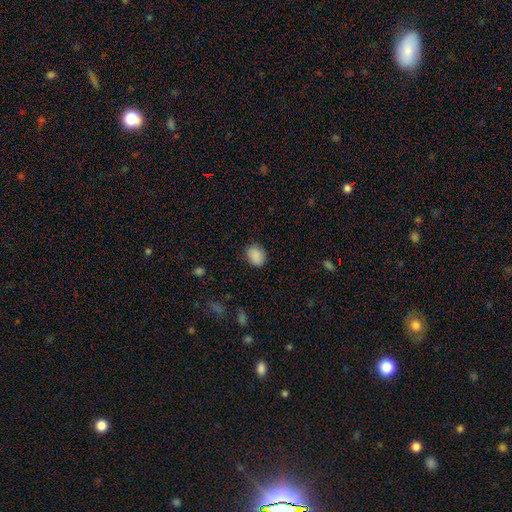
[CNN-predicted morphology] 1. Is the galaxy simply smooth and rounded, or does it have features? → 89% smooth, 8% star or artifact, 3% featured or disk.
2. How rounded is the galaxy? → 54% in between, 45% round, 1% cigar-shaped.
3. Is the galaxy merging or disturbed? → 84% none, 12% minor disturbance, 3% major disturbance, 1% merger.